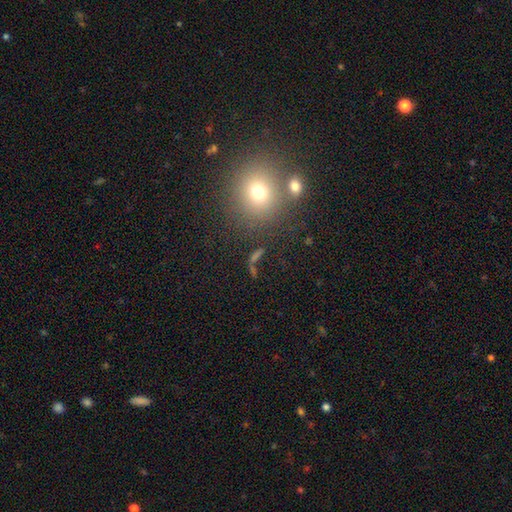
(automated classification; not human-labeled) Q: Smooth or featured?
A: smooth (55%); runner-up: star or artifact (30%)
Q: How rounded?
A: round (54%); runner-up: in between (34%)
Q: Merging?
A: none (69%); runner-up: merger (12%)